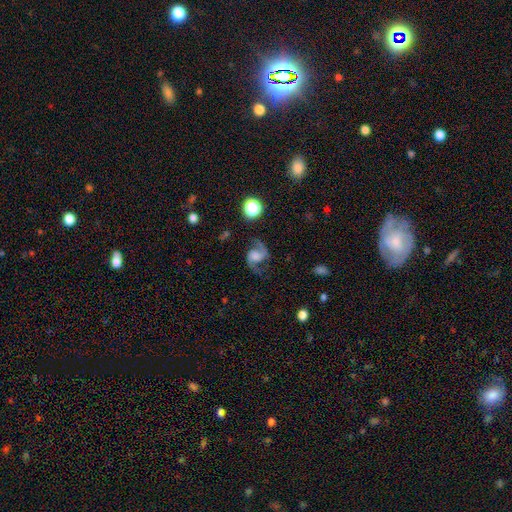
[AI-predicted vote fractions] This appears to be a featured or disk galaxy (85%) with no bar (54%), 2 (93%) loose (50%) spiral arms (97%) and no central bulge (29%). Merging: none (73%).